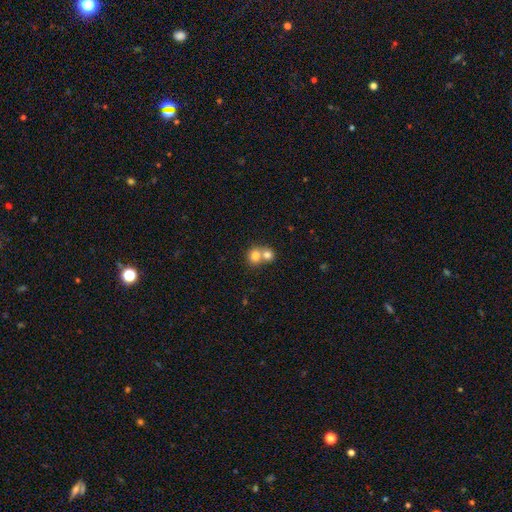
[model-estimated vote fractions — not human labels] The model was most divided on "merging": merger: 64%, none: 29%, minor disturbance: 5%, major disturbance: 2%. More confident: smooth or featured — smooth (77%); how rounded — round (75%).